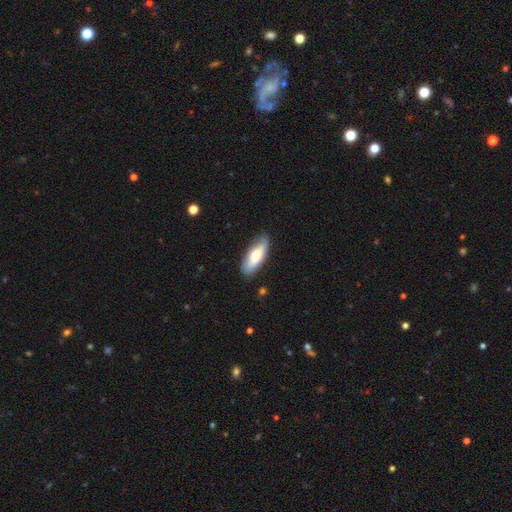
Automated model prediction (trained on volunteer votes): Smooth or featured?
  - smooth: 64% *
  - featured or disk: 31%
  - star or artifact: 5%
How rounded?
  - in between: 70% *
  - cigar-shaped: 27%
  - round: 2%
Merging?
  - none: 84% *
  - minor disturbance: 12%
  - major disturbance: 2%
  - merger: 1%